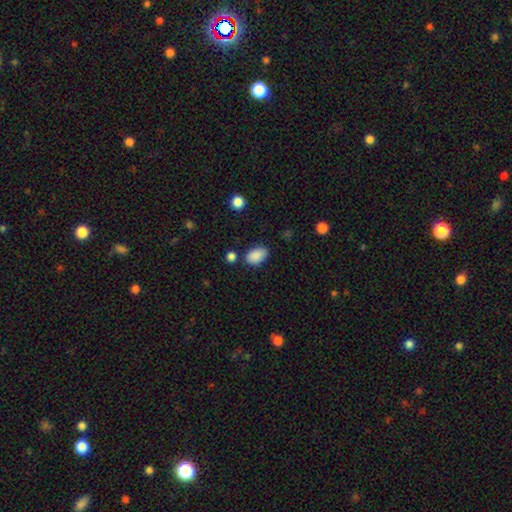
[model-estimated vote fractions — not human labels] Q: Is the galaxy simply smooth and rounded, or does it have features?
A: smooth — 89%.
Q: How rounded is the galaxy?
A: in between — 90%.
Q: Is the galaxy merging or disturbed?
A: none — 75%.